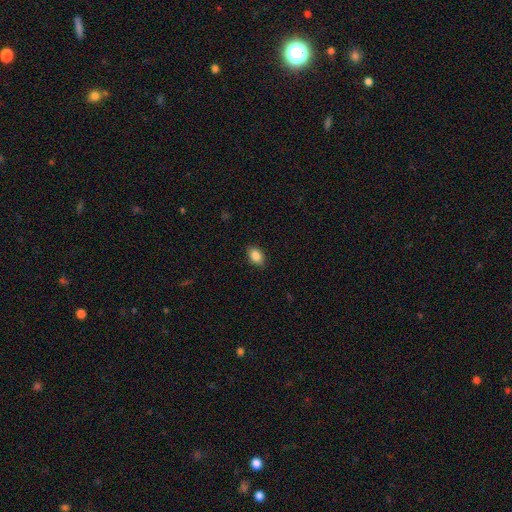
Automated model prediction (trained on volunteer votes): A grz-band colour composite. It shows a smooth galaxy with no disk features (87%) that is in between round and cigar-shaped (85%). Merging: none (88%).